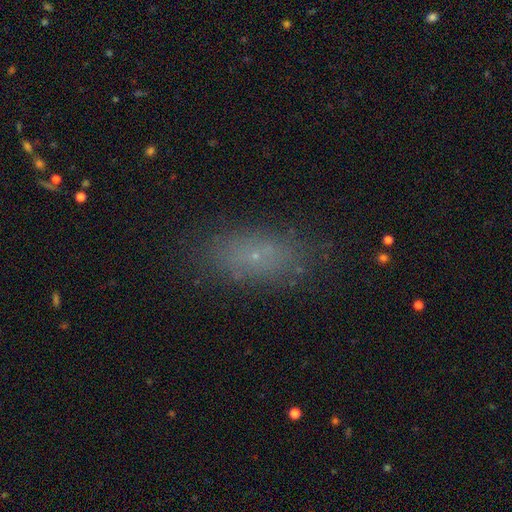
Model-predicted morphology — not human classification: smooth_or_featured: smooth (p=0.65) [alt: star or artifact p=0.18]
how_rounded: in between (p=0.81) [alt: cigar-shaped p=0.12]
merging: none (p=0.80) [alt: minor disturbance p=0.13]